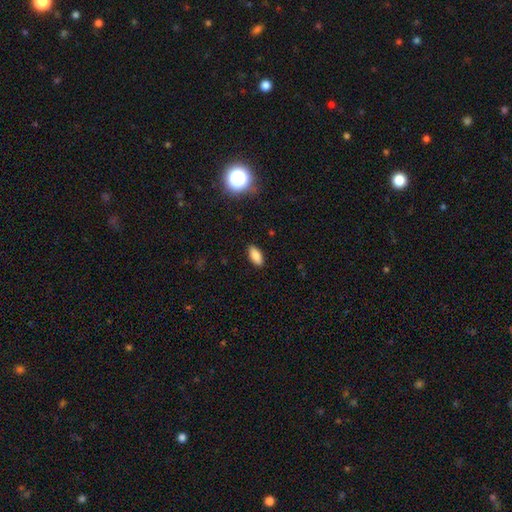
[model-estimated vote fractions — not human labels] Smooth or featured? Predicted: smooth (p=0.84). How rounded? Predicted: in between (p=0.86). Merging? Predicted: none (p=0.89).